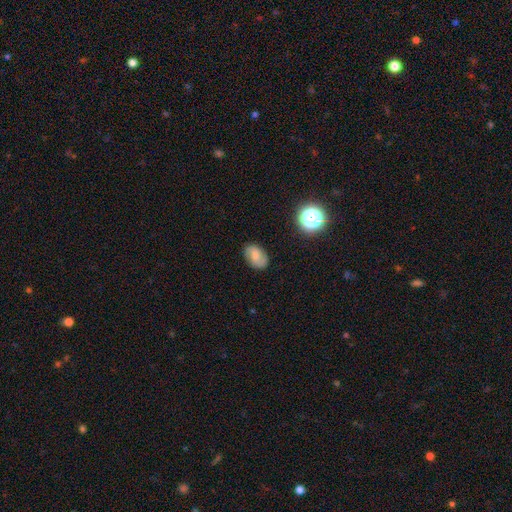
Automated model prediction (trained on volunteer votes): smooth 49%, featured or disk 39%, star or artifact 11%. Down the decision tree: merging — none (81%).